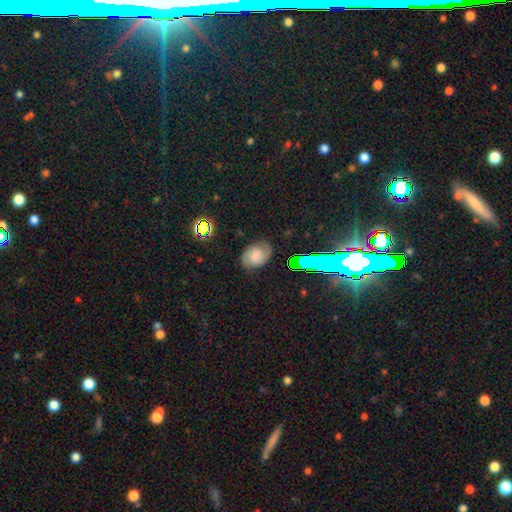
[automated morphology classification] Smooth or featured?
  - smooth: 54% *
  - featured or disk: 34%
  - star or artifact: 12%
How rounded?
  - in between: 72% *
  - round: 27%
  - cigar-shaped: 1%
Merging?
  - none: 74% *
  - minor disturbance: 19%
  - major disturbance: 6%
  - merger: 2%